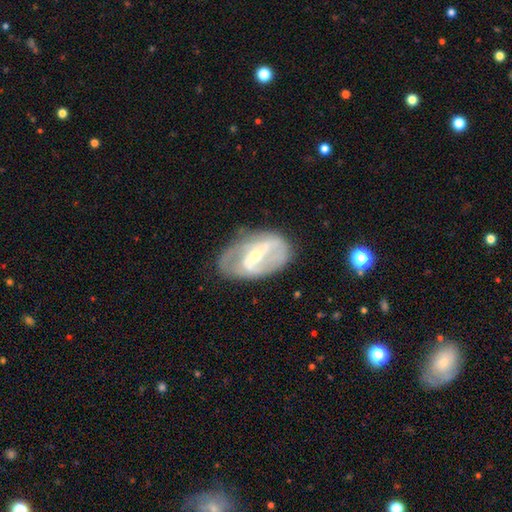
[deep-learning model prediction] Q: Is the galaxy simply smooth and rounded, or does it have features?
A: featured or disk — 80%.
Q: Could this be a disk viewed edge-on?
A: no — 95%.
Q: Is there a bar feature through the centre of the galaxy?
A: strong — 43%.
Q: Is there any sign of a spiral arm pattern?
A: yes — 78%.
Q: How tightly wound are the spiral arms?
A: medium — 43%.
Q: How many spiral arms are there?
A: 2 — 70%.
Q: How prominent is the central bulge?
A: small — 59%.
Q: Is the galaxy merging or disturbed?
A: none — 66%.